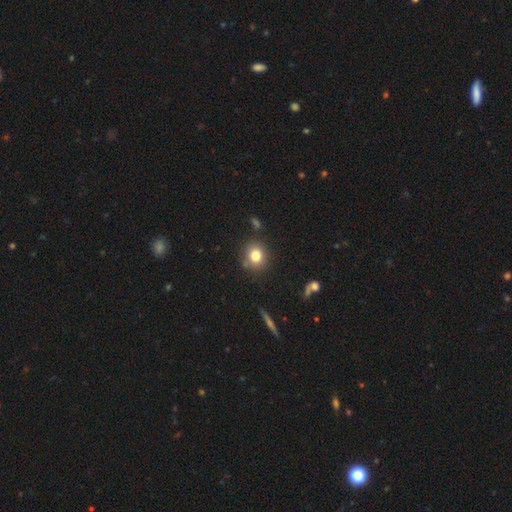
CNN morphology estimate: This is likely a smooth galaxy (80%). How rounded: clearly round (82%). Merging: clearly none (83%).